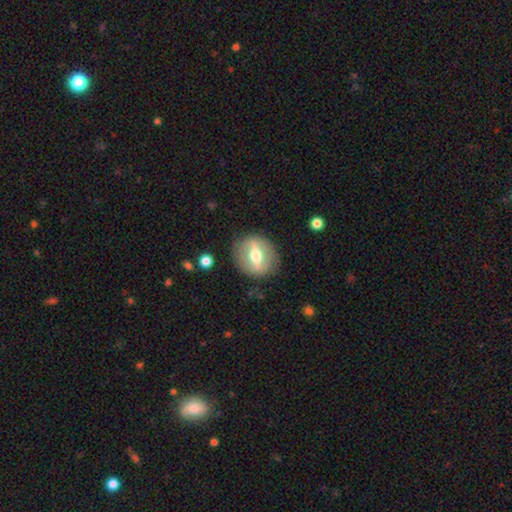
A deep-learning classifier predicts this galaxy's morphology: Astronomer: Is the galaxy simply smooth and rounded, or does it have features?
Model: featured or disk — 60%.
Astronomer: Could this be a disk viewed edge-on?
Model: no — 78%.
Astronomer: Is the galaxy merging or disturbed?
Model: none — 83%.